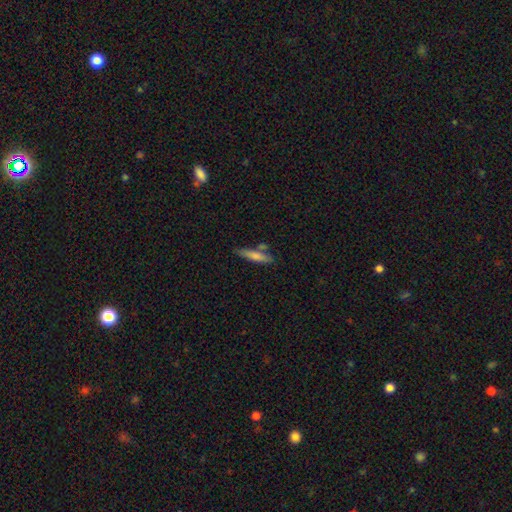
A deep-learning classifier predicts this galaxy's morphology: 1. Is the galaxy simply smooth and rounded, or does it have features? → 72% smooth, 22% featured or disk, 6% star or artifact.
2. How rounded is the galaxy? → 82% cigar-shaped, 16% in between, 2% round.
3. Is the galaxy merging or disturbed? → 71% none, 14% minor disturbance, 12% merger, 3% major disturbance.